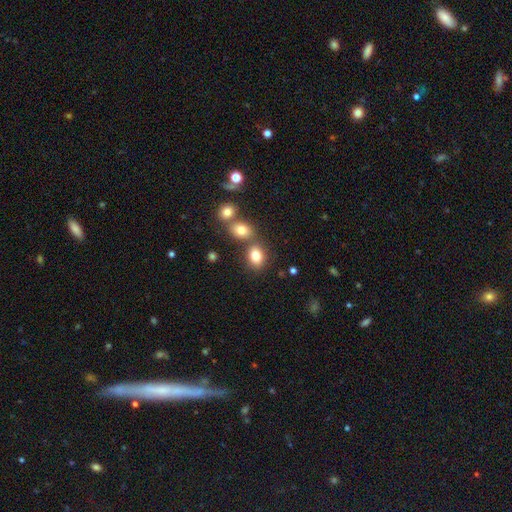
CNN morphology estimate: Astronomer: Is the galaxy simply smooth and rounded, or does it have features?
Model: smooth — 81%.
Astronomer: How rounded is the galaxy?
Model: in between — 62%.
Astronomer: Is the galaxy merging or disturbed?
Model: none — 62%.